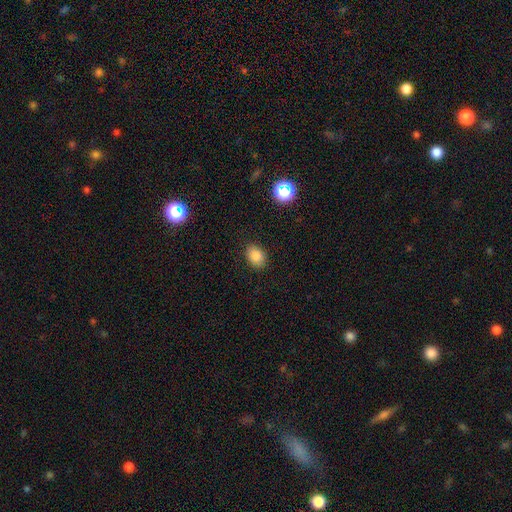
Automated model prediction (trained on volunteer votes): Smooth or featured?
  - smooth: 84% *
  - star or artifact: 11%
  - featured or disk: 6%
How rounded?
  - in between: 70% *
  - round: 29%
  - cigar-shaped: 1%
Merging?
  - none: 87% *
  - minor disturbance: 9%
  - major disturbance: 3%
  - merger: 1%